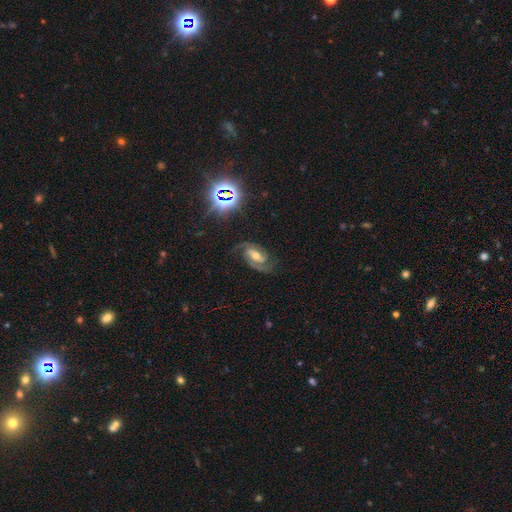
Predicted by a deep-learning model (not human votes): Morphology: type=featured or disk (83%); edge-on=no (97%); bar=weak (42%); spiral arms=yes (98%); winding=medium (56%); arm count=2 (91%); bulge=moderate (65%); merging=none (79%).